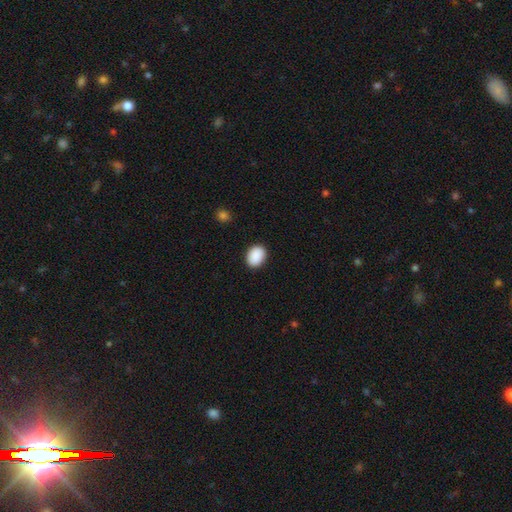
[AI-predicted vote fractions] smooth 91%, star or artifact 7%, featured or disk 2%. Down the decision tree: how rounded — in between (71%); merging — none (90%).